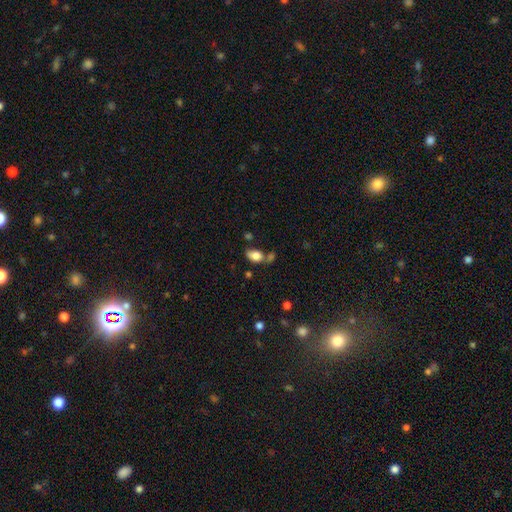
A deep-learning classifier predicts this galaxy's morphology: The model was most divided on "merging": none: 57%, merger: 21%, minor disturbance: 17%, major disturbance: 6%. More confident: how rounded — in between (90%); smooth or featured — smooth (82%).